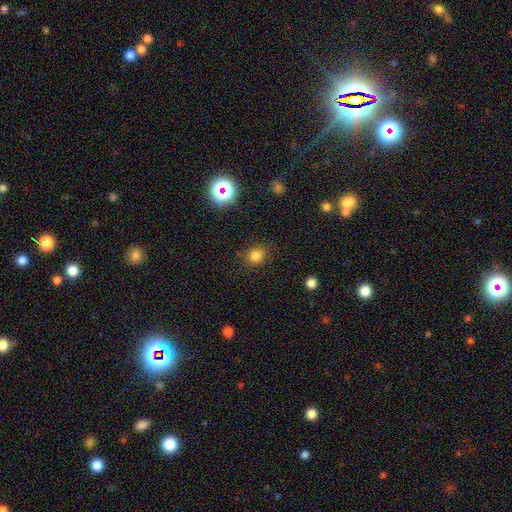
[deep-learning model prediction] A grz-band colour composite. It shows a smooth galaxy with no disk features (81%) that is round (71%). Merging: none (85%).